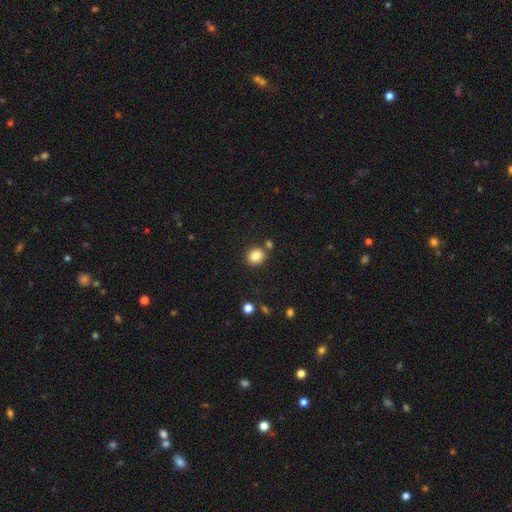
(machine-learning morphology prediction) smooth 84%, star or artifact 10%, featured or disk 6%. Down the decision tree: how rounded — round (77%); merging — none (78%).